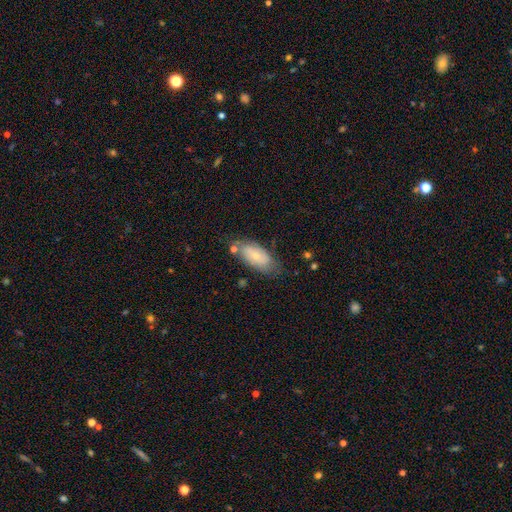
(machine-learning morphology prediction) A smooth galaxy with no disk features (55%) that is in between round and cigar-shaped (88%).

Vote fractions:
- Smooth or featured? smooth: 55% / featured or disk: 38% / star or artifact: 7%
- How rounded? in between: 88% / cigar-shaped: 9% / round: 3%
- Merging? none: 64% / minor disturbance: 23% / merger: 7% / major disturbance: 7%